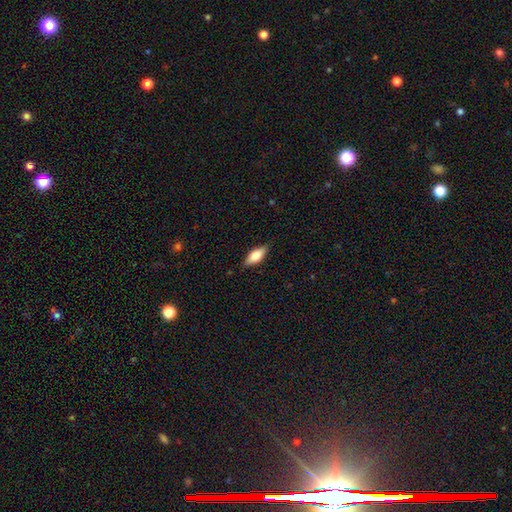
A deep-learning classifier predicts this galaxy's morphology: smooth_or_featured: smooth (p=0.71) [alt: featured or disk p=0.23]
how_rounded: in between (p=0.77) [alt: cigar-shaped p=0.20]
merging: none (p=0.84) [alt: minor disturbance p=0.13]